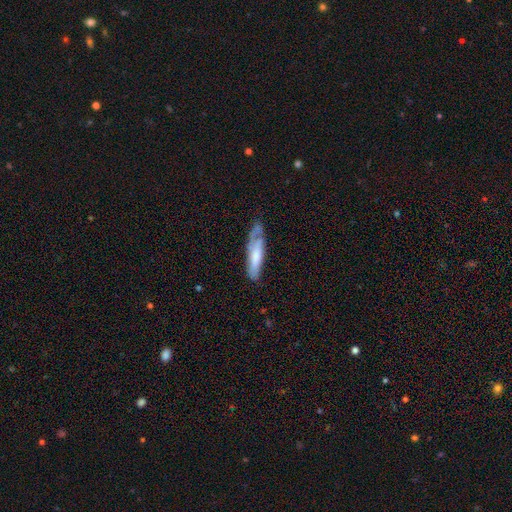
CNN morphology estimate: Smooth or featured? smooth (56%)
How rounded? cigar-shaped (66%)
Merging? none (51%)